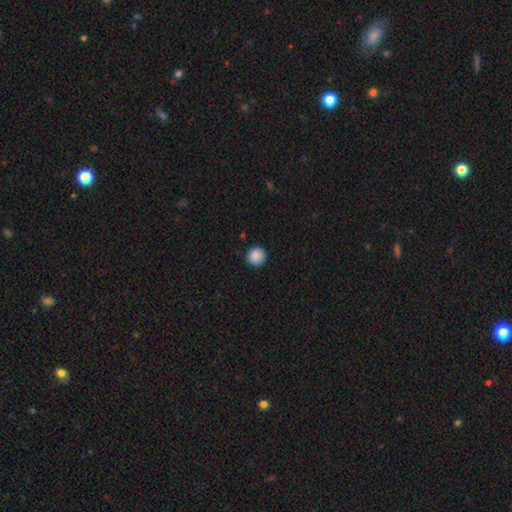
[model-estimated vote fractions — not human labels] This is clearly a smooth galaxy (87%). How rounded: clearly round (92%). Merging: clearly none (91%).